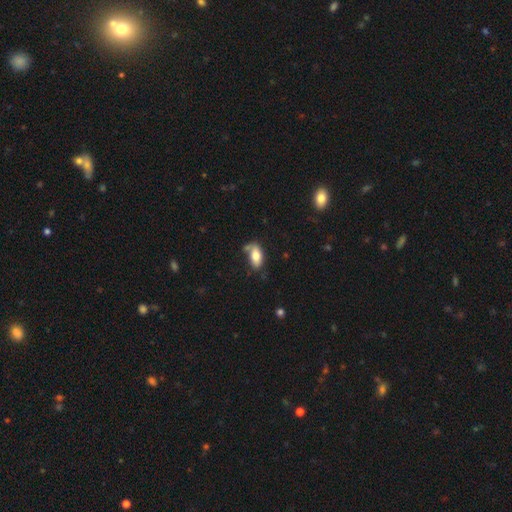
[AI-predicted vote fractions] smooth-or-featured: smooth: 78% | featured or disk: 15% | star or artifact: 7%
  how-rounded: in between: 89% | cigar-shaped: 8% | round: 3%
  merging: none: 54% | minor disturbance: 25% | merger: 12% | major disturbance: 9%